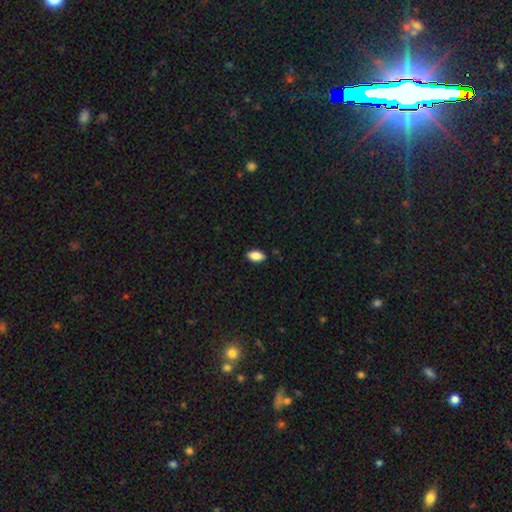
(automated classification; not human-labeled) Smooth or featured?
  - smooth: 86% *
  - star or artifact: 7%
  - featured or disk: 7%
How rounded?
  - in between: 92% *
  - cigar-shaped: 4%
  - round: 4%
Merging?
  - none: 88% *
  - minor disturbance: 9%
  - major disturbance: 2%
  - merger: 1%